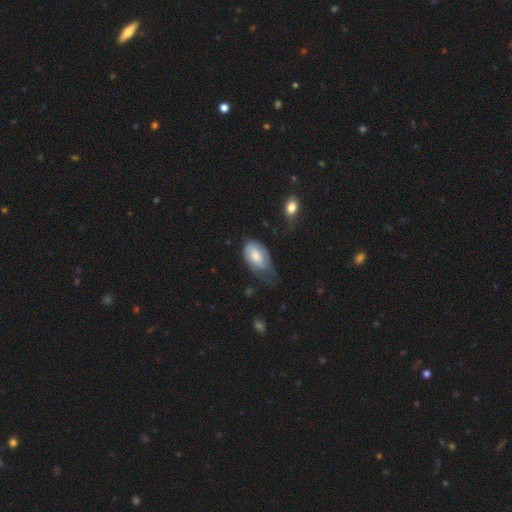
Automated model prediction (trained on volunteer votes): This is possibly a smooth galaxy (49%). Merging: marginally minor disturbance (36%).